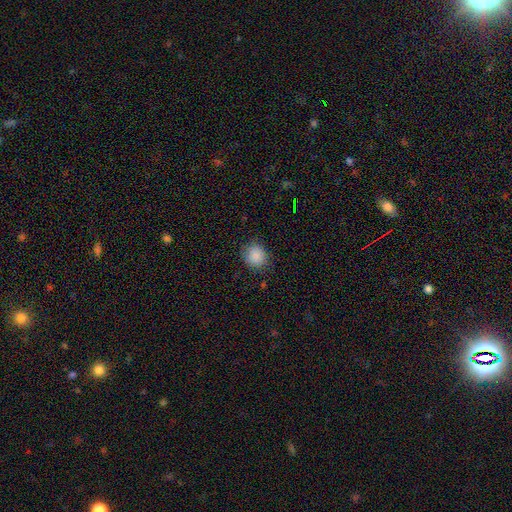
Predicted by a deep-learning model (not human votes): Q: Smooth or featured?
A: smooth (87%); runner-up: star or artifact (9%)
Q: How rounded?
A: round (78%); runner-up: in between (21%)
Q: Merging?
A: none (84%); runner-up: minor disturbance (12%)